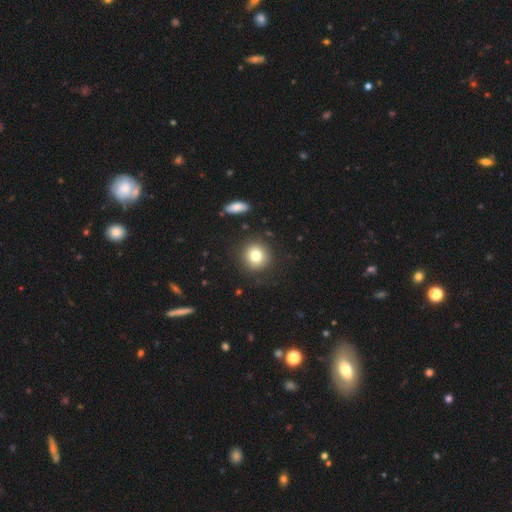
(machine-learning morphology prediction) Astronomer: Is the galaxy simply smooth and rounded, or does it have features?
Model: smooth — 79%.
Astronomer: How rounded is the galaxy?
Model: round — 91%.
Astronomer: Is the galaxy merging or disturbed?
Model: none — 87%.